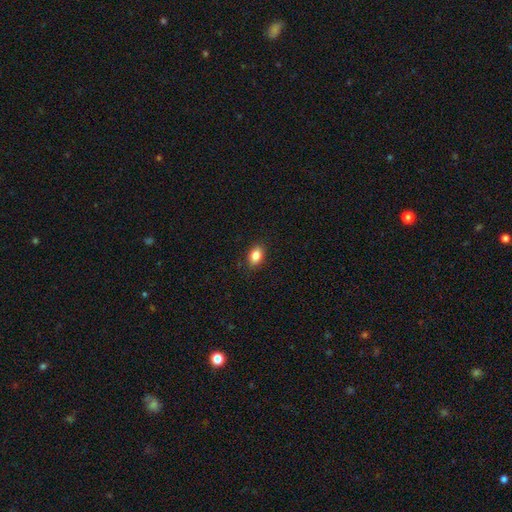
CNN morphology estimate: type=smooth (85%); roundness=in between (85%); merging=none (88%).